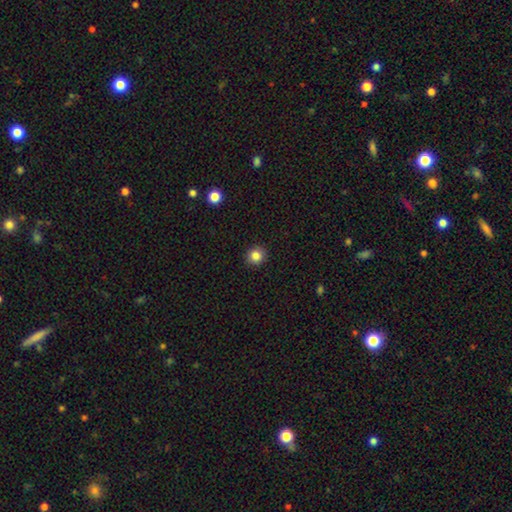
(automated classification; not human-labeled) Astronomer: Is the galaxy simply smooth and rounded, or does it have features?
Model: smooth — 84%.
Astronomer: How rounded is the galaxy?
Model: round — 89%.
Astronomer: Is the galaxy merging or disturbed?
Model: none — 92%.